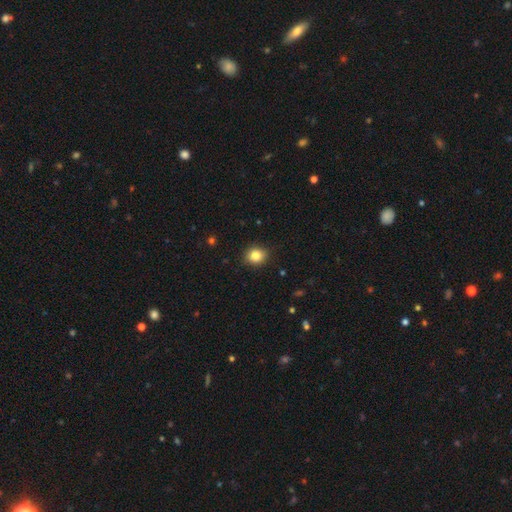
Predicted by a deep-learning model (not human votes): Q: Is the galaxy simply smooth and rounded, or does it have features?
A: smooth — 83%.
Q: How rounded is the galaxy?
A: round — 69%.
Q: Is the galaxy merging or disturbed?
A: none — 89%.